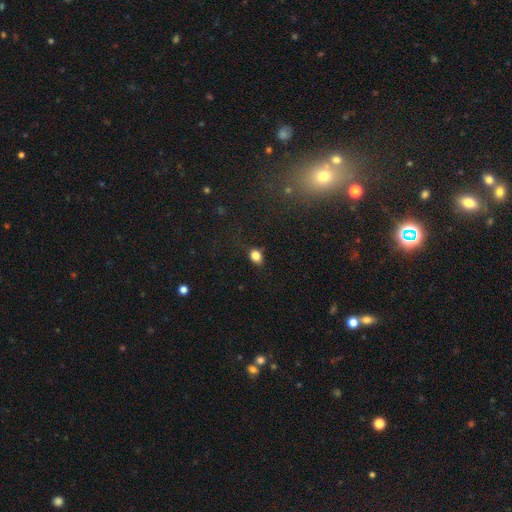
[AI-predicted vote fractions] Overall: smooth (83%). How rounded: in between (62%; round 36%). Merging: none (73%).